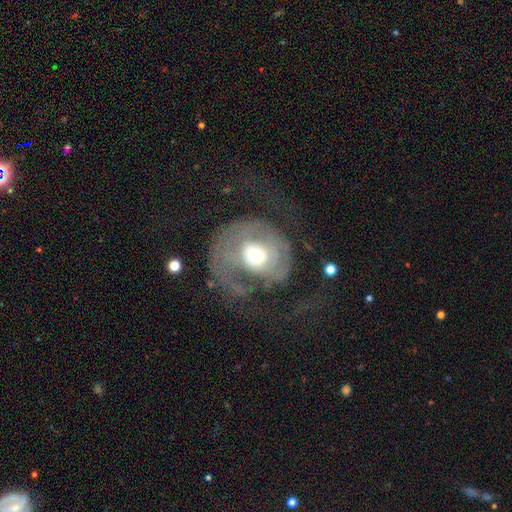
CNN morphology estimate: A featured or disk galaxy (73%) with no bar (72%), 2 (32%) tight (38%) spiral arms (76%) and a moderate central bulge (63%). Merging: major disturbance (48%).